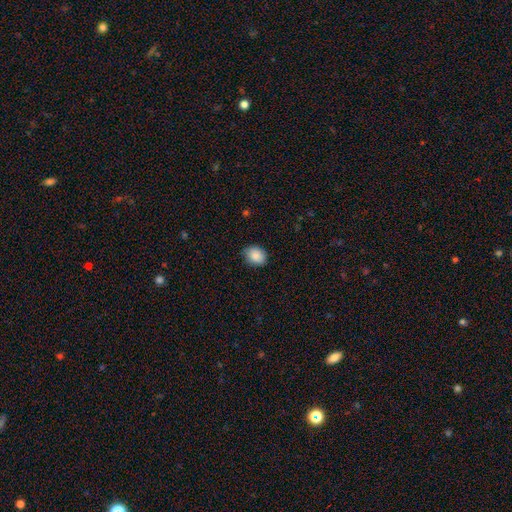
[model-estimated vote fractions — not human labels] A smooth galaxy with no disk features (88%) that is in between round and cigar-shaped (55%).

Vote fractions:
- Smooth or featured? smooth: 88% / star or artifact: 7% / featured or disk: 5%
- How rounded? in between: 55% / round: 44% / cigar-shaped: 1%
- Merging? none: 81% / minor disturbance: 16% / major disturbance: 3% / merger: 1%